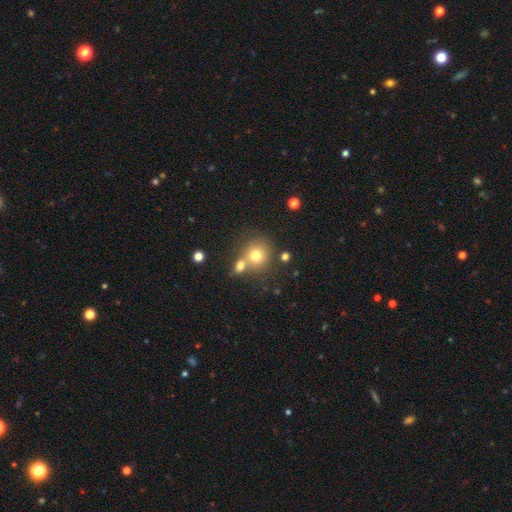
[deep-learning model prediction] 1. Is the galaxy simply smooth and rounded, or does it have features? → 74% smooth, 13% star or artifact, 13% featured or disk.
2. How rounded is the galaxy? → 87% round, 12% in between, 1% cigar-shaped.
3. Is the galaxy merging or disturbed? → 53% none, 34% merger, 9% minor disturbance, 4% major disturbance.